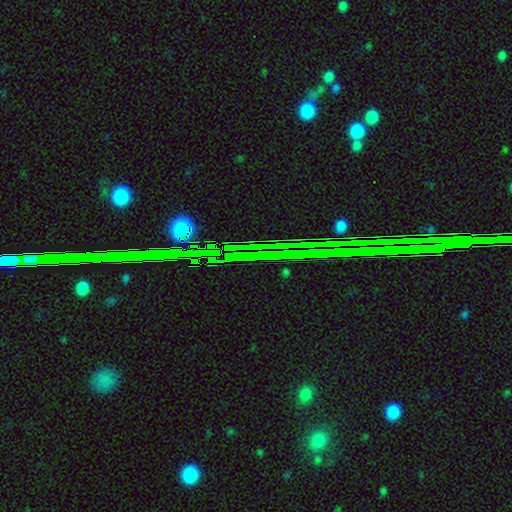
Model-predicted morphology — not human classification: star or artifact 77%, featured or disk 11%, smooth 11%.